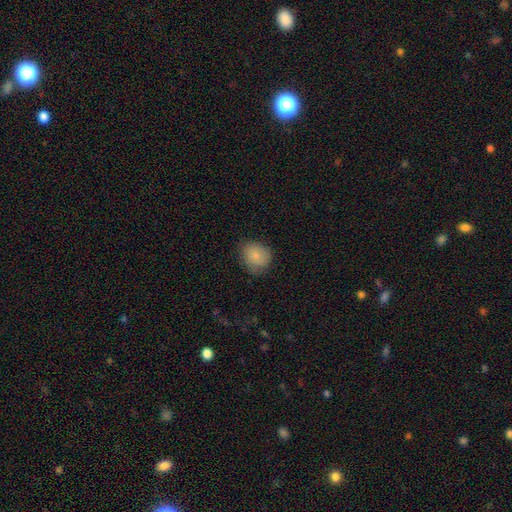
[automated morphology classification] type=smooth (85%); roundness=round (71%); merging=none (73%).